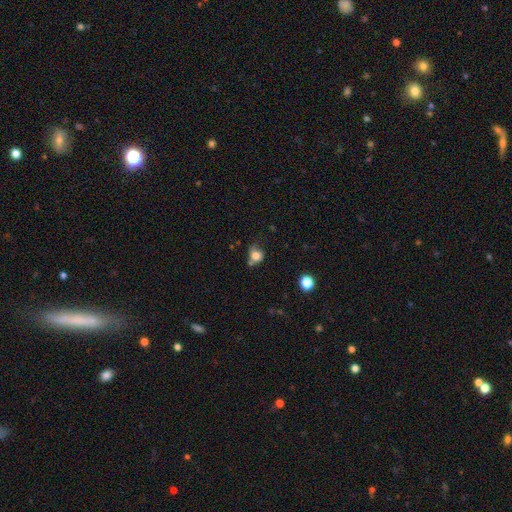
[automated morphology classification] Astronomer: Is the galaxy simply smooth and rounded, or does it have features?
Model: smooth — 76%.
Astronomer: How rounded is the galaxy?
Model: round — 68%.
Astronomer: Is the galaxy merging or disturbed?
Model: none — 42% (runner-up: minor disturbance, 28%).